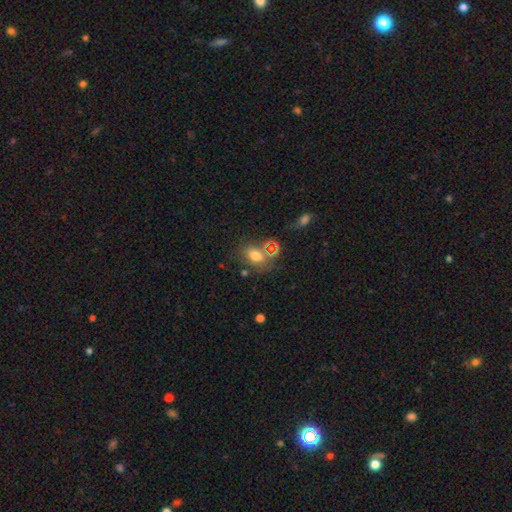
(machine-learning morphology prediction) Smooth or featured? Predicted: smooth (p=0.71). How rounded? Predicted: in between (p=0.71). Merging? Predicted: none (p=0.65).